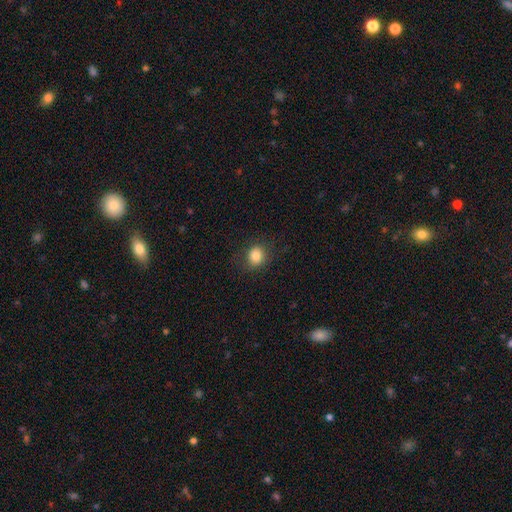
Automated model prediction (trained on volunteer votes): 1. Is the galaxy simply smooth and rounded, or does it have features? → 83% smooth, 11% star or artifact, 6% featured or disk.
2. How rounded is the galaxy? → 74% round, 25% in between, 1% cigar-shaped.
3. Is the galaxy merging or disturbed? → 83% none, 12% minor disturbance, 4% major disturbance, 1% merger.